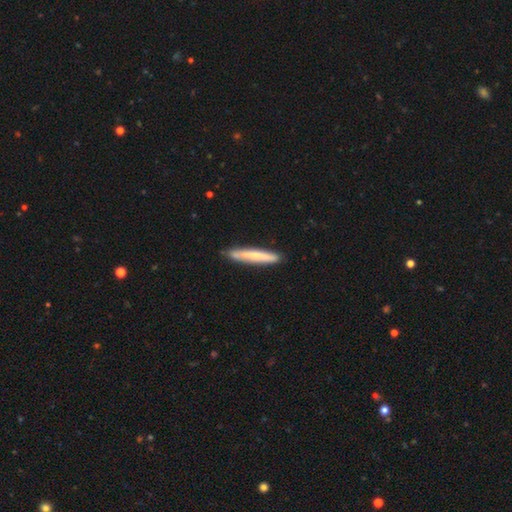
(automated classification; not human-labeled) smooth-or-featured: smooth: 64% | featured or disk: 30% | star or artifact: 5%
  how-rounded: cigar-shaped: 95% | in between: 4% | round: 1%
  merging: none: 85% | minor disturbance: 12% | merger: 2% | major disturbance: 2%